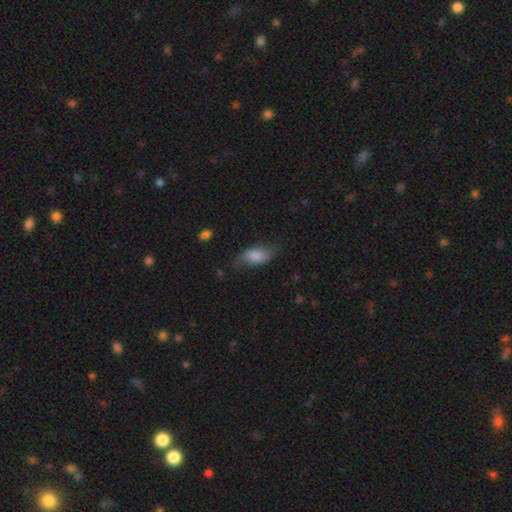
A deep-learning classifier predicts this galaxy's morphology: Overall: smooth (80%). How rounded: in between (90%). Merging: none (61%; minor disturbance 27%).